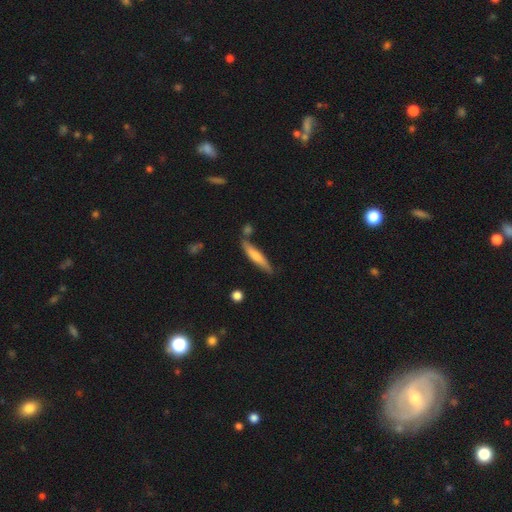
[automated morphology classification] A smooth galaxy with no disk features (63%) that is cigar-shaped (88%).

Vote fractions:
- Smooth or featured? smooth: 63% / featured or disk: 32% / star or artifact: 6%
- How rounded? cigar-shaped: 88% / in between: 10% / round: 1%
- Merging? none: 73% / minor disturbance: 15% / merger: 9% / major disturbance: 3%